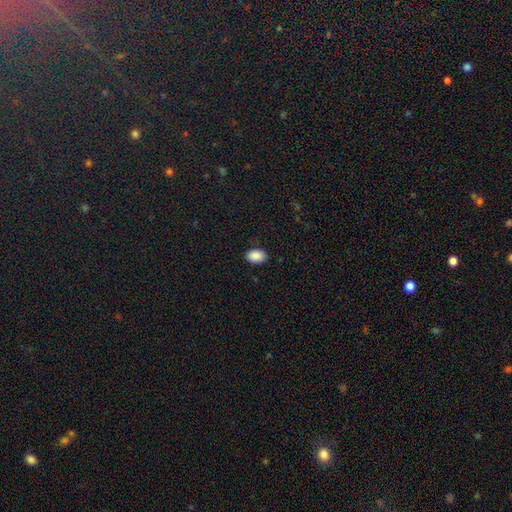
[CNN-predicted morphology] A smooth galaxy with no disk features (90%) that is in between round and cigar-shaped (88%).

Vote fractions:
- Smooth or featured? smooth: 90% / star or artifact: 7% / featured or disk: 3%
- How rounded? in between: 88% / round: 11% / cigar-shaped: 1%
- Merging? none: 87% / minor disturbance: 10% / major disturbance: 2% / merger: 1%